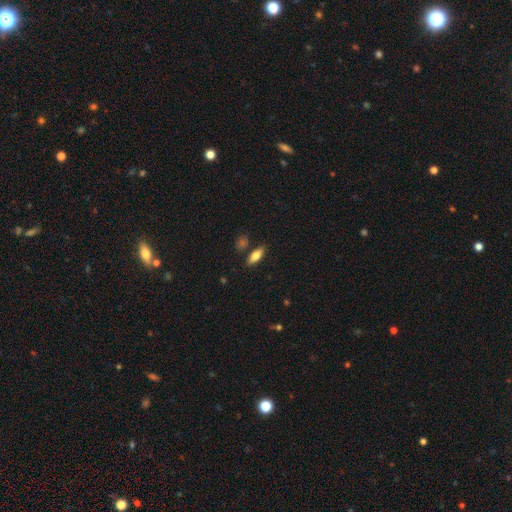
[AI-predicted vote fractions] smooth_or_featured: smooth (p=0.75) [alt: featured or disk p=0.17]
how_rounded: in between (p=0.70) [alt: cigar-shaped p=0.27]
merging: none (p=0.80) [alt: minor disturbance p=0.12]